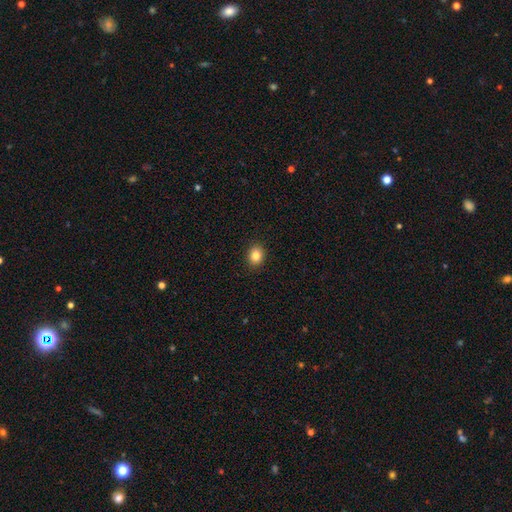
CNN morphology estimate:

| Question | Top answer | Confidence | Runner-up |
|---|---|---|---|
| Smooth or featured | smooth | 85% | star or artifact (10%) |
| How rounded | round | 53% | in between (47%) |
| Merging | none | 91% | minor disturbance (6%) |